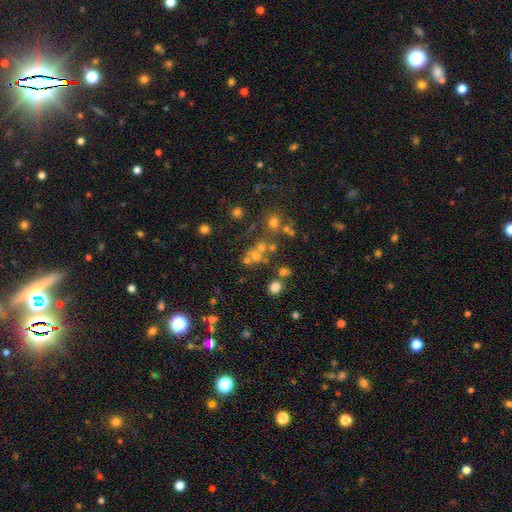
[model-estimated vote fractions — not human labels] Overall: smooth (50%; star or artifact 28%). How rounded: round (68%; in between 29%). Merging: none (44%; merger 38%).